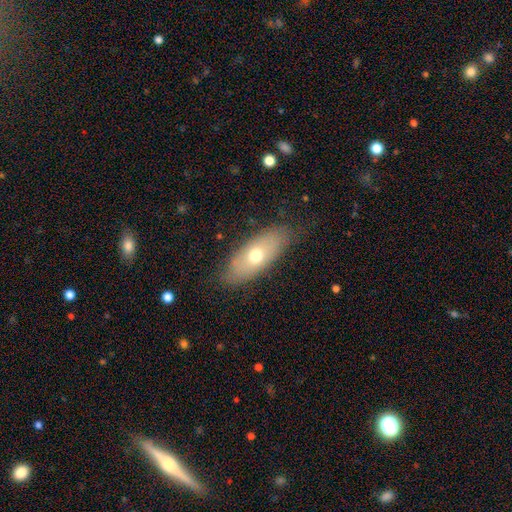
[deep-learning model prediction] This appears to be a smooth galaxy with no disk features (60%) that is in between round and cigar-shaped (79%). Merging: none (80%).